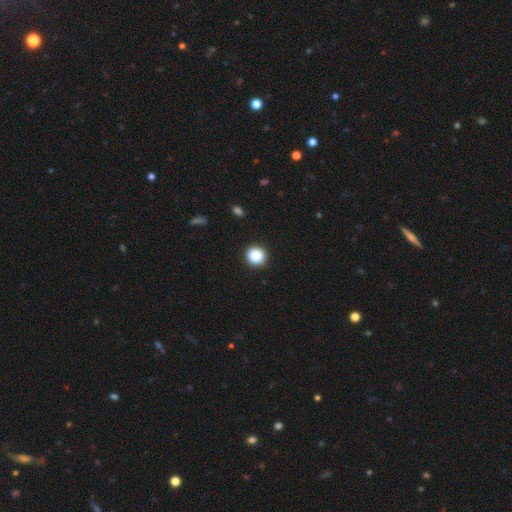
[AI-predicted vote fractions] smooth-or-featured: smooth: 88% | star or artifact: 9% | featured or disk: 3%
  how-rounded: round: 94% | in between: 5% | cigar-shaped: 1%
  merging: none: 90% | minor disturbance: 7% | major disturbance: 2% | merger: 1%